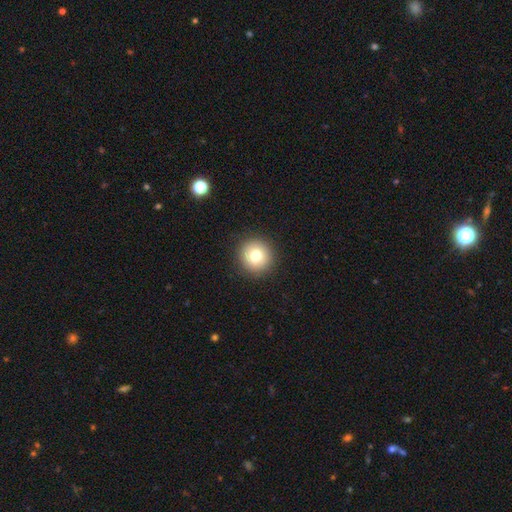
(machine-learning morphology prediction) Smooth or featured: smooth — 77% (featured or disk — 12%)
How rounded: round — 94% (in between — 5%)
Merging: none — 92% (minor disturbance — 5%)